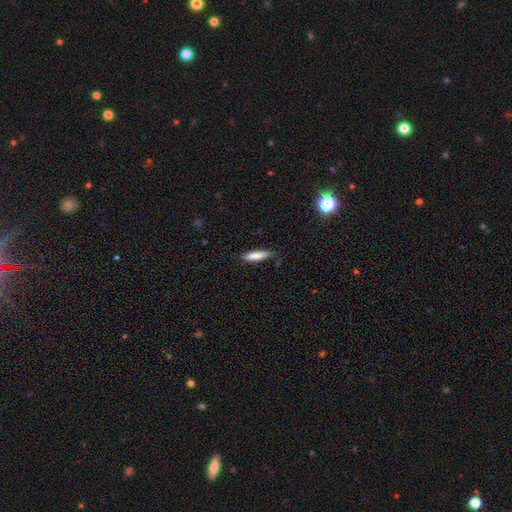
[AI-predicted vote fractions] A smooth galaxy with no disk features (84%) that is cigar-shaped (75%). Merging: none (81%).